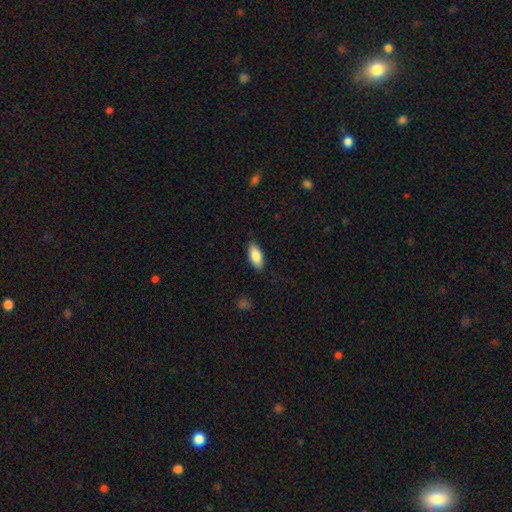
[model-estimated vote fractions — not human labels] Q: Smooth or featured?
A: smooth (84%); runner-up: featured or disk (10%)
Q: How rounded?
A: in between (86%); runner-up: cigar-shaped (12%)
Q: Merging?
A: none (87%); runner-up: minor disturbance (10%)